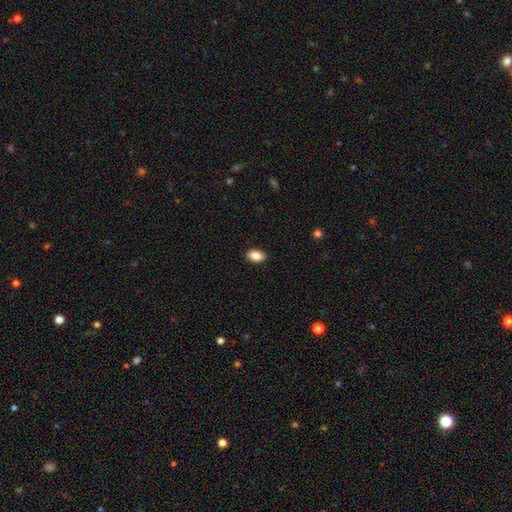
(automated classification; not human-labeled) Smooth or featured? smooth (88%)
How rounded? in between (89%)
Merging? none (89%)